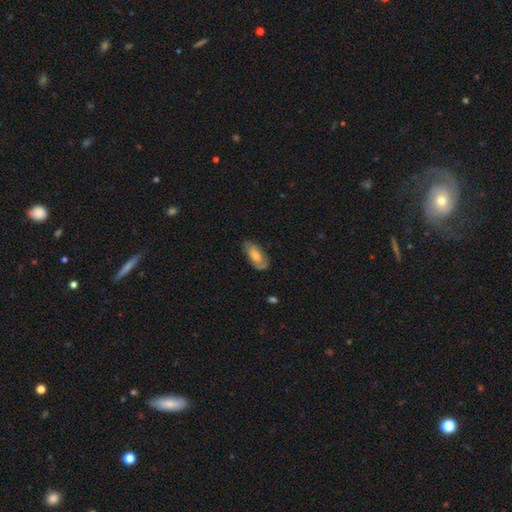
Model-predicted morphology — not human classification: Smooth or featured? smooth (55%)
How rounded? in between (89%)
Merging? none (71%)